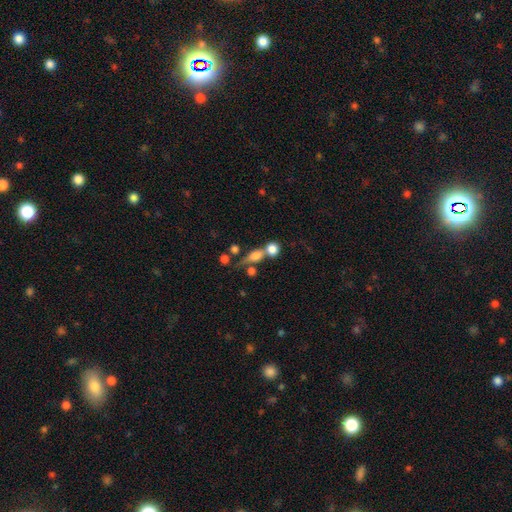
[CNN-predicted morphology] Smooth or featured? smooth (67%)
How rounded? in between (43%)
Merging? merger (41%)